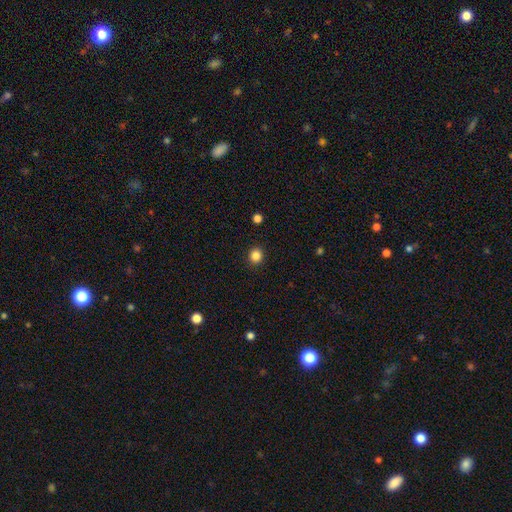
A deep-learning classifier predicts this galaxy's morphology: smooth-or-featured: smooth: 85% | star or artifact: 11% | featured or disk: 3%
  how-rounded: round: 87% | in between: 12% | cigar-shaped: 1%
  merging: none: 92% | minor disturbance: 5% | major disturbance: 2% | merger: 1%